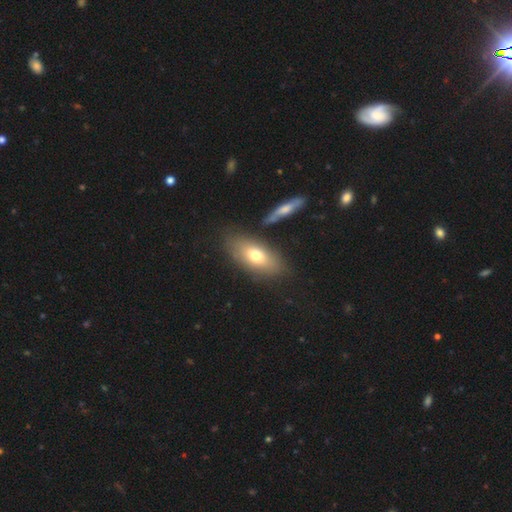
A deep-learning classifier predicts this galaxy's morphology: type=smooth (69%); roundness=in between (84%); merging=none (75%).